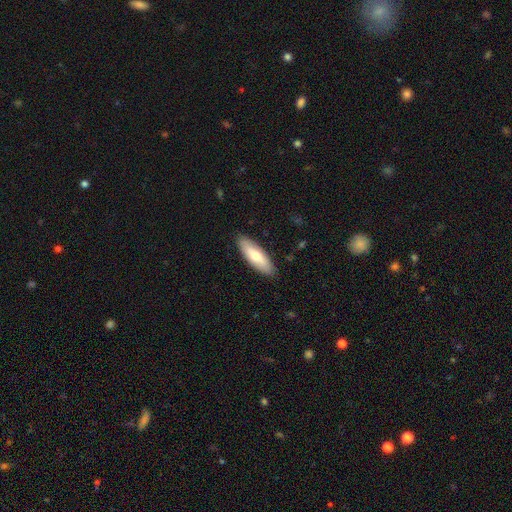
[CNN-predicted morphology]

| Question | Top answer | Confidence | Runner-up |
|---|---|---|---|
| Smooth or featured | smooth | 68% | featured or disk (27%) |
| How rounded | in between | 59% | cigar-shaped (39%) |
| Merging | none | 89% | minor disturbance (9%) |